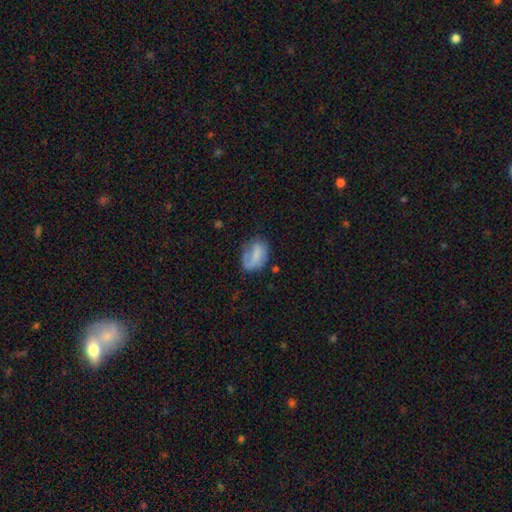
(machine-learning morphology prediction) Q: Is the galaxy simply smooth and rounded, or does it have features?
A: smooth — 63%.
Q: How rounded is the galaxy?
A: in between — 78%.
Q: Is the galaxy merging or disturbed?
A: none — 42%.